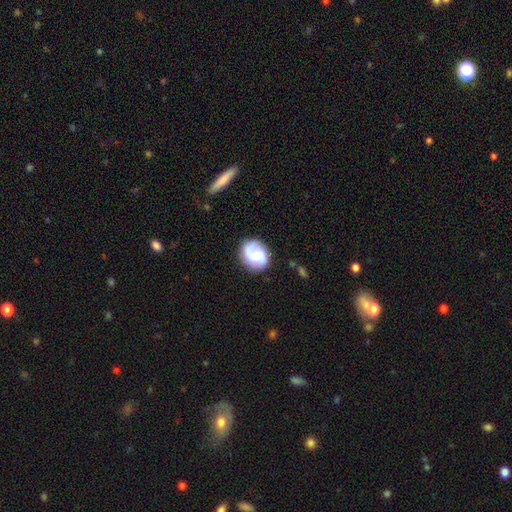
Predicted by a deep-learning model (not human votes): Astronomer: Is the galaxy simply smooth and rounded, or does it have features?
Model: featured or disk — 54% (runner-up: smooth, 39%).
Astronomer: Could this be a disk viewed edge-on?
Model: no — 98%.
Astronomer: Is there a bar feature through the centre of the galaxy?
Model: no — 51% (runner-up: weak, 39%).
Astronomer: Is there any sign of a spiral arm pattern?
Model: yes — 91%.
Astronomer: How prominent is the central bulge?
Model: small — 31% (runner-up: none, 28%).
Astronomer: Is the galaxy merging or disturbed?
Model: none — 76%.